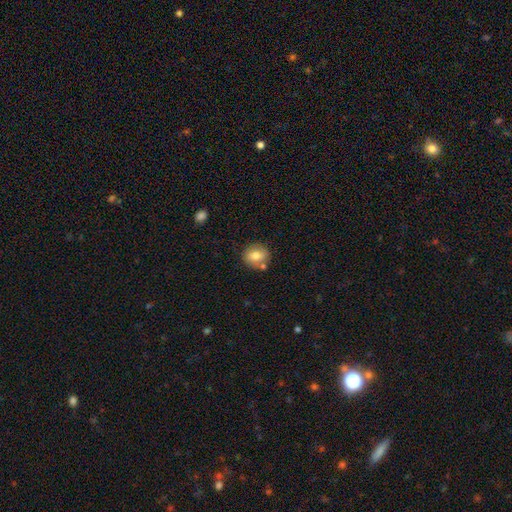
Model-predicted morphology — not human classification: This is likely a smooth galaxy (78%). How rounded: likely round (67%). Merging: likely none (74%).